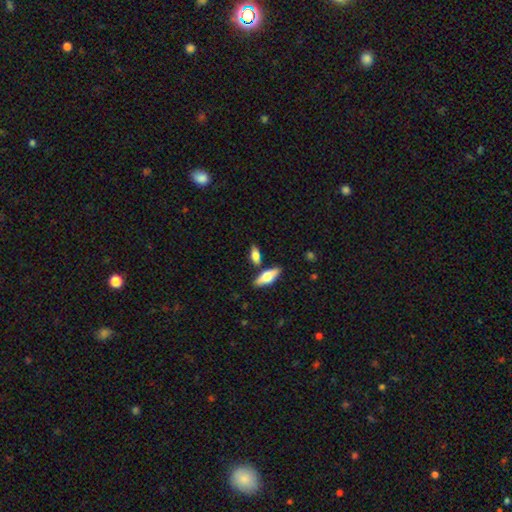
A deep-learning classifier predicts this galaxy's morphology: The model was most divided on "smooth or featured": smooth: 71%, featured or disk: 22%, star or artifact: 7%. More confident: how rounded — in between (74%); merging — none (69%).